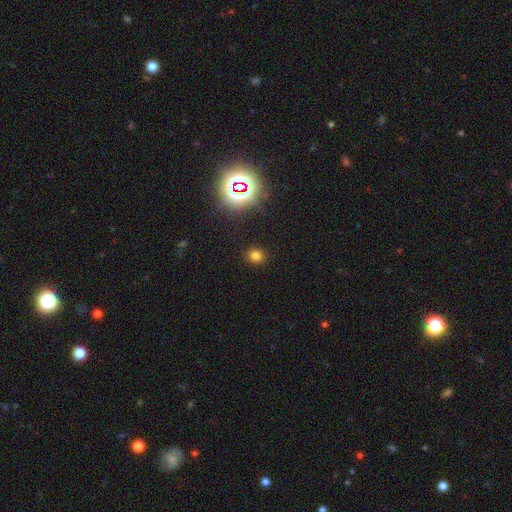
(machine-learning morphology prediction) A smooth galaxy with no disk features (72%) that is round (73%).

Vote fractions:
- Smooth or featured? smooth: 72% / star or artifact: 23% / featured or disk: 5%
- How rounded? round: 73% / in between: 26% / cigar-shaped: 1%
- Merging? none: 89% / minor disturbance: 7% / major disturbance: 3% / merger: 2%